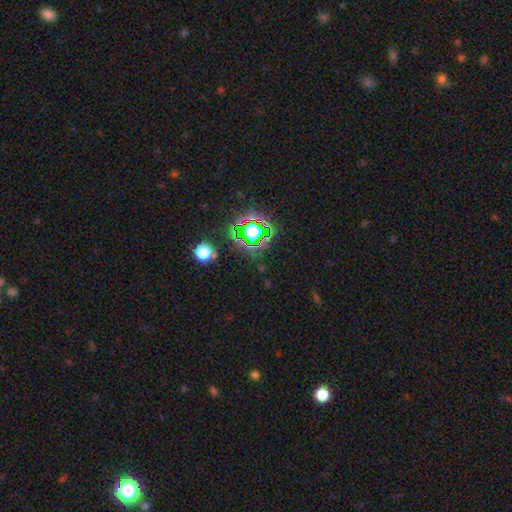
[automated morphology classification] A star or artifact, not a galaxy (77%).

Vote fractions:
- Smooth or featured? star or artifact: 77% / smooth: 15% / featured or disk: 8%